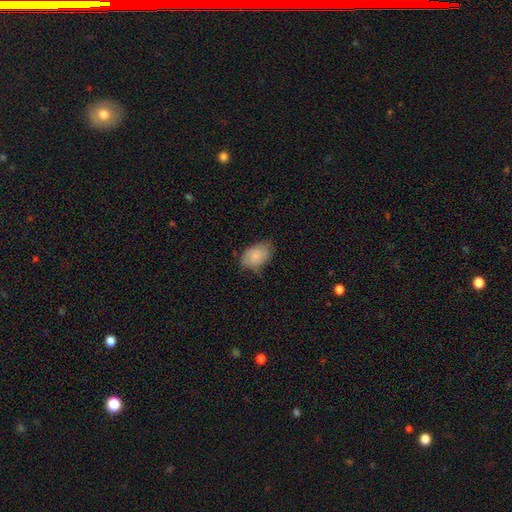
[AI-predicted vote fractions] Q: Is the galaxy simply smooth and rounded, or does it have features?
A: smooth — 79%.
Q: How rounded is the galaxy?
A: in between — 87%.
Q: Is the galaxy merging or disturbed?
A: none — 57%.